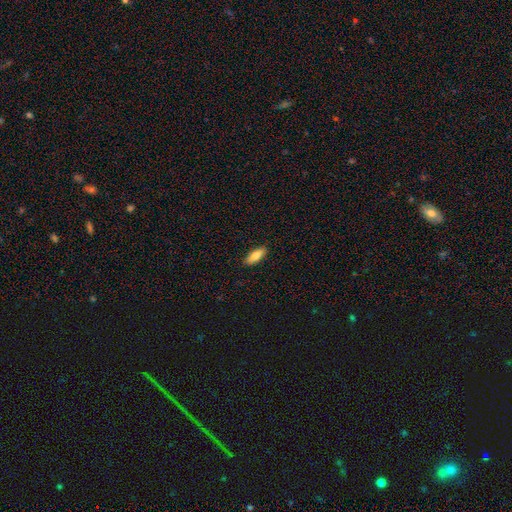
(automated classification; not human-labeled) Smooth or featured?
  - smooth: 82% *
  - featured or disk: 12%
  - star or artifact: 6%
How rounded?
  - in between: 62% *
  - cigar-shaped: 36%
  - round: 2%
Merging?
  - none: 89% *
  - minor disturbance: 8%
  - major disturbance: 2%
  - merger: 1%